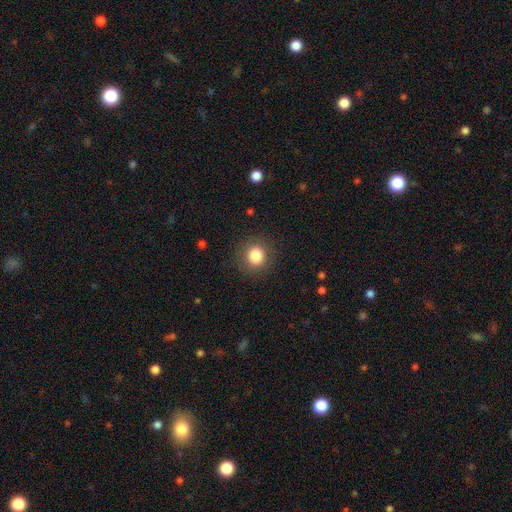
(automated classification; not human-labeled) Smooth or featured: smooth — 83% (star or artifact — 11%)
How rounded: round — 90% (in between — 9%)
Merging: none — 88% (minor disturbance — 7%)